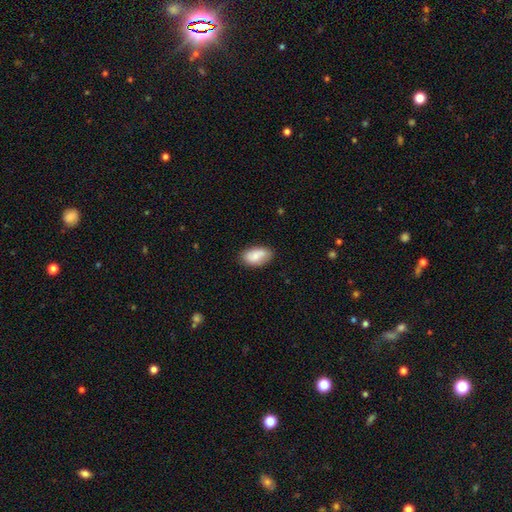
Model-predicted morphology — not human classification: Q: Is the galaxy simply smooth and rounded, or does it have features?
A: smooth — 78%.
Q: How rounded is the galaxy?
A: in between — 93%.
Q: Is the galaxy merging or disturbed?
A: none — 75%.